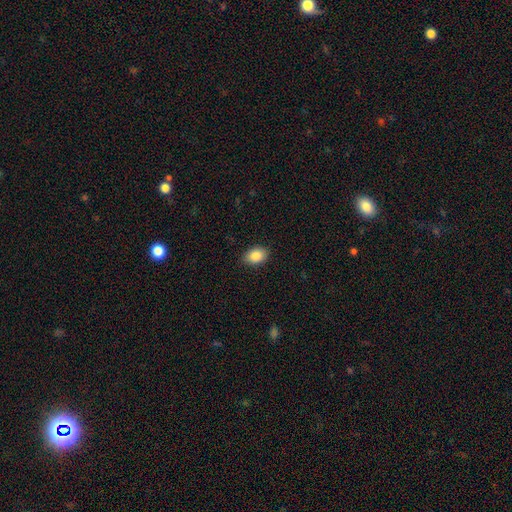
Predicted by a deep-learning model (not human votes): A smooth galaxy with no disk features (88%) that is in between round and cigar-shaped (82%).

Vote fractions:
- Smooth or featured? smooth: 88% / star or artifact: 8% / featured or disk: 4%
- How rounded? in between: 82% / round: 17% / cigar-shaped: 1%
- Merging? none: 87% / minor disturbance: 10% / major disturbance: 2% / merger: 1%